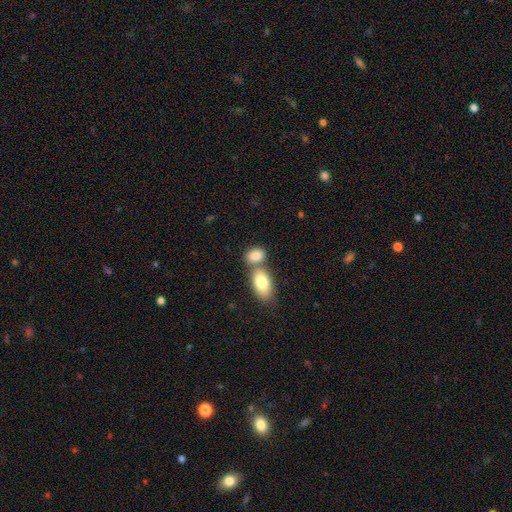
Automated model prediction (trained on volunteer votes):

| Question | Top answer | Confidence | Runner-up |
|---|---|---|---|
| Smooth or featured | smooth | 84% | featured or disk (9%) |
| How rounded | in between | 87% | round (11%) |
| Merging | merger | 53% | none (36%) |